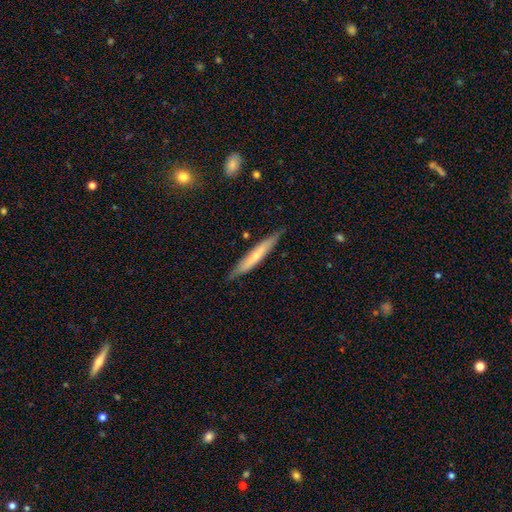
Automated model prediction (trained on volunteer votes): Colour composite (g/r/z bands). It shows a smooth galaxy with no disk features (52%) that is cigar-shaped (93%). Merging: none (81%).